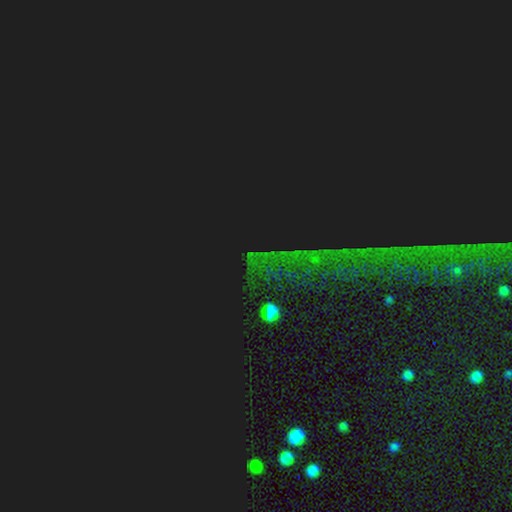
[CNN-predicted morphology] This is clearly a star or artifact rather than a galaxy (80%).